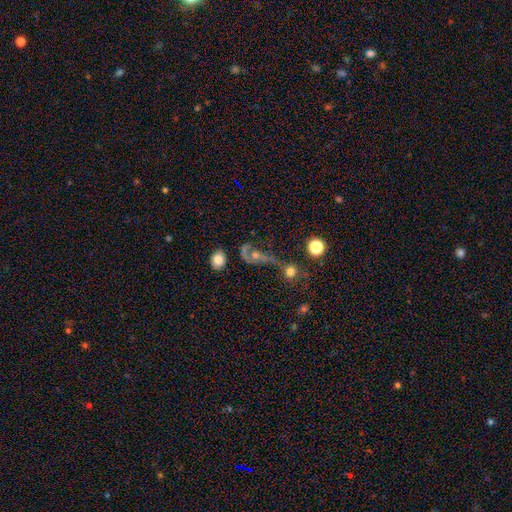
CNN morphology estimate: smooth_or_featured: featured or disk (p=0.48) [alt: smooth p=0.31]
merging: none (p=0.31) [alt: major disturbance p=0.28]